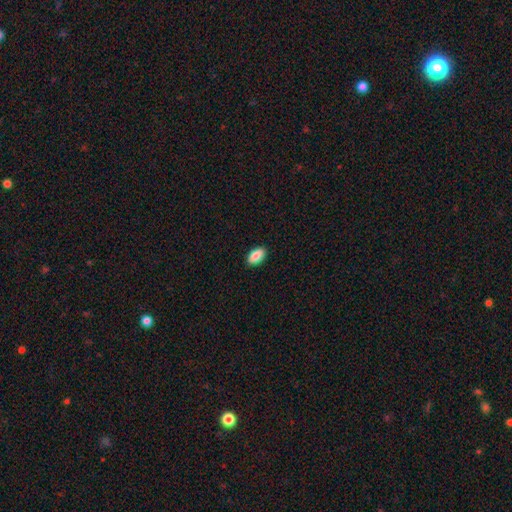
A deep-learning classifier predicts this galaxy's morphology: Smooth or featured? Predicted: smooth (p=0.88). How rounded? Predicted: in between (p=0.93). Merging? Predicted: none (p=0.90).